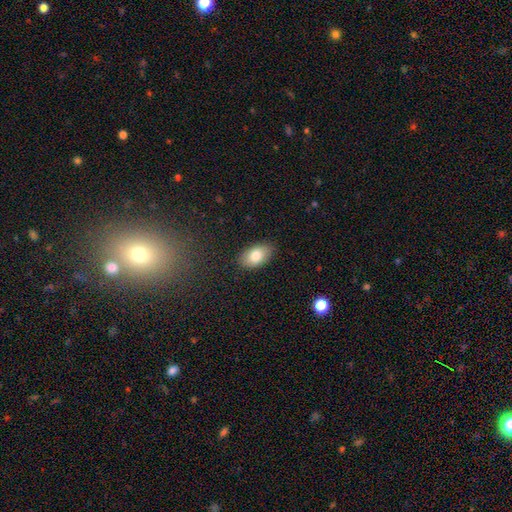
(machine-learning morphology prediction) type=smooth (82%); roundness=in between (92%); merging=none (87%).